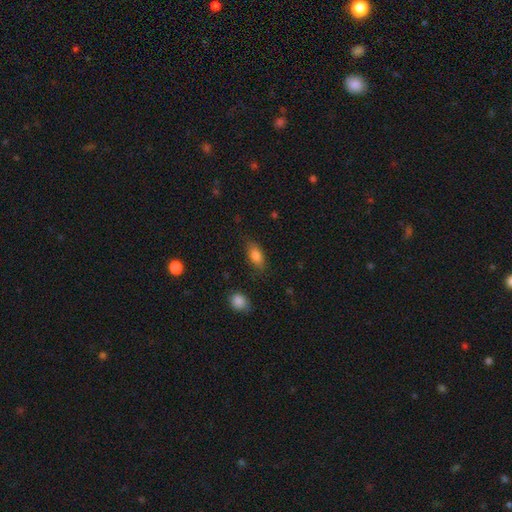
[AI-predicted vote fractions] Morphology: type=smooth (81%); roundness=in between (85%); merging=none (79%).